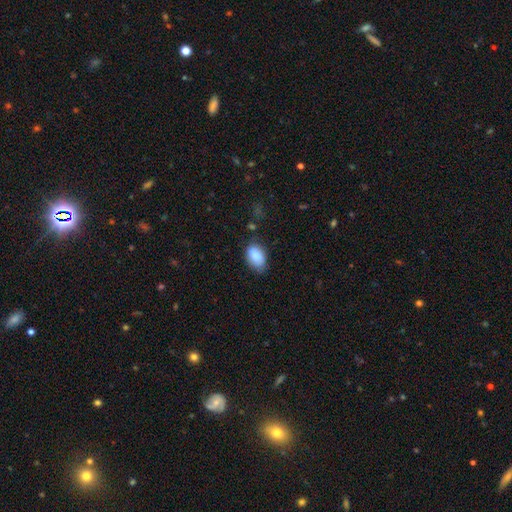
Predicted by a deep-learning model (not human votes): smooth 87%, star or artifact 7%, featured or disk 6%. Down the decision tree: how rounded — in between (90%); merging — none (71%).